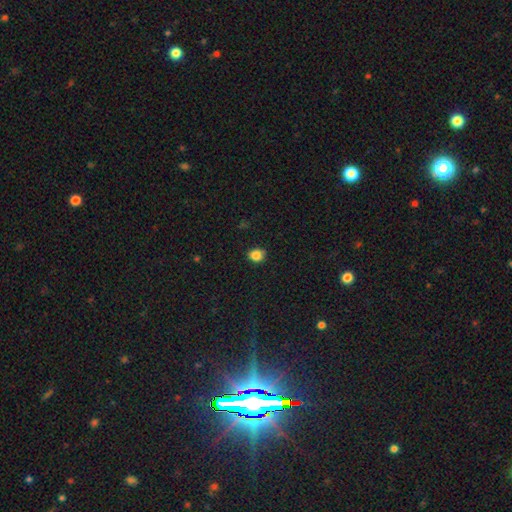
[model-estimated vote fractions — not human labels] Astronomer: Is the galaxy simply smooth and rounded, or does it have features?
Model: smooth — 85%.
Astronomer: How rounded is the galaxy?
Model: round — 66%.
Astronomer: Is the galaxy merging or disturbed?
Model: none — 79%.